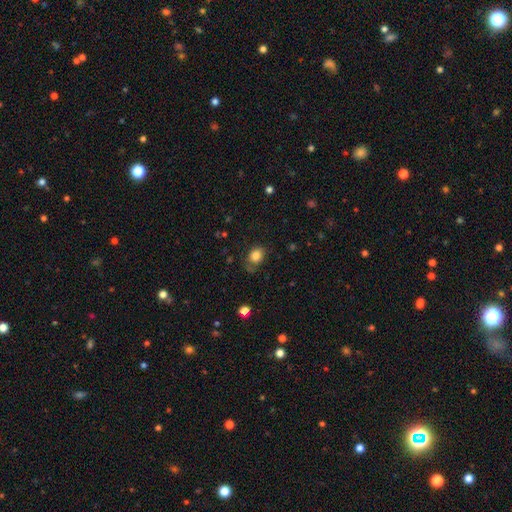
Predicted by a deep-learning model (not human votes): This appears to be a smooth galaxy with no disk features (82%) that is in between round and cigar-shaped (56%). Merging: none (62%).